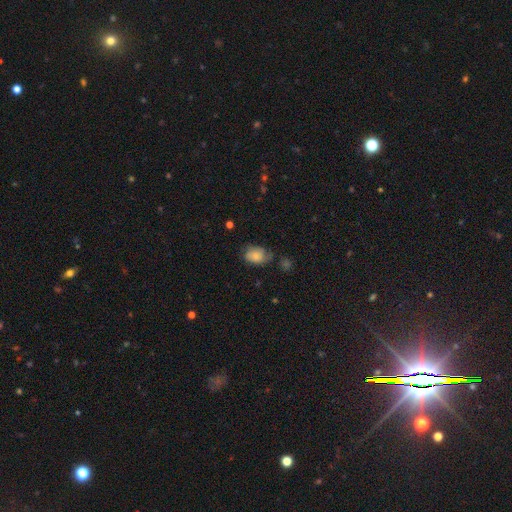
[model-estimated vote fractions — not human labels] This appears to be a smooth galaxy with no disk features (74%) that is in between round and cigar-shaped (76%). Merging: none (51%).